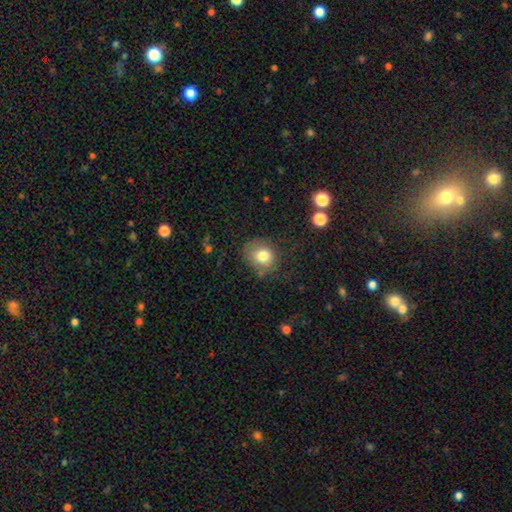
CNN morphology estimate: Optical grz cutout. It shows a smooth galaxy with no disk features (66%) that is round (80%). Merging: none (82%).